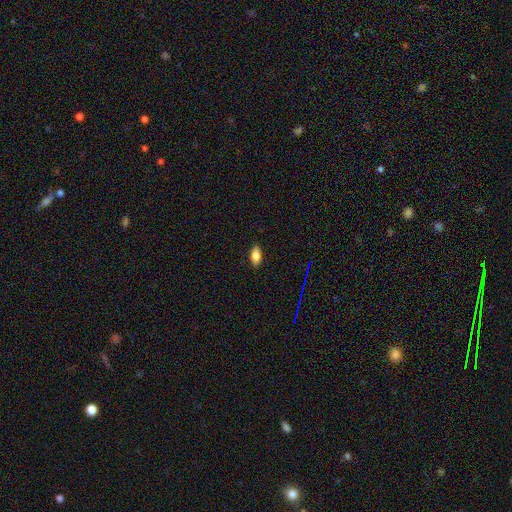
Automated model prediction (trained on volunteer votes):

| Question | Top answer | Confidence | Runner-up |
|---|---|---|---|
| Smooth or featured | smooth | 81% | featured or disk (10%) |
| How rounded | in between | 89% | cigar-shaped (8%) |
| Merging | none | 89% | minor disturbance (9%) |